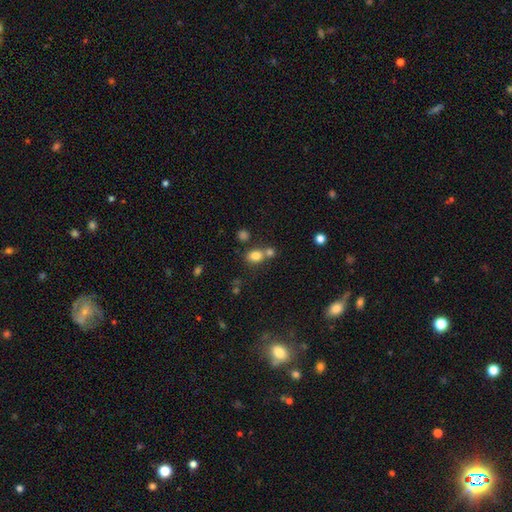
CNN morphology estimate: type=smooth (79%); roundness=round (49%, tied with in between); merging=none (51%).